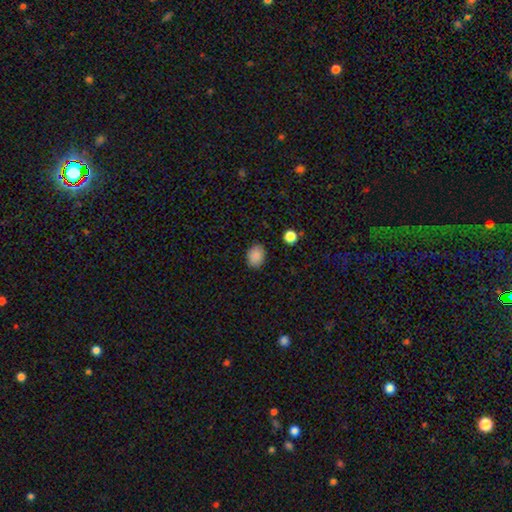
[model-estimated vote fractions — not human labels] Smooth or featured? smooth (87%)
How rounded? in between (60%)
Merging? none (87%)